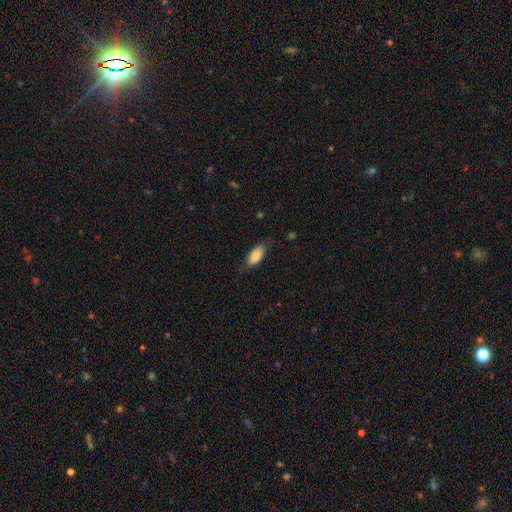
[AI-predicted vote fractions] Overall: smooth (87%). How rounded: in between (88%). Merging: none (76%).